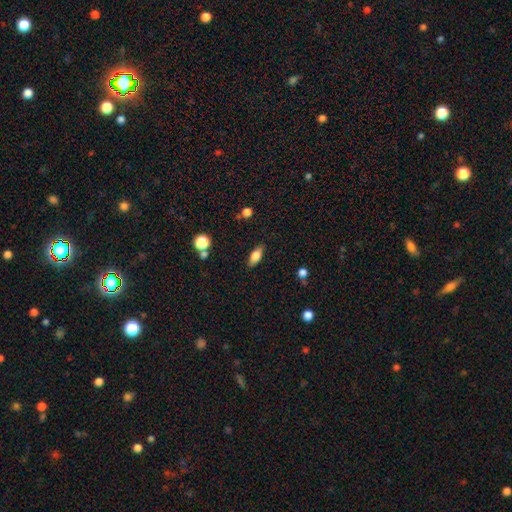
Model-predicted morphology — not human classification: A smooth galaxy with no disk features (78%) that is in between round and cigar-shaped (82%). Merging: none (84%).